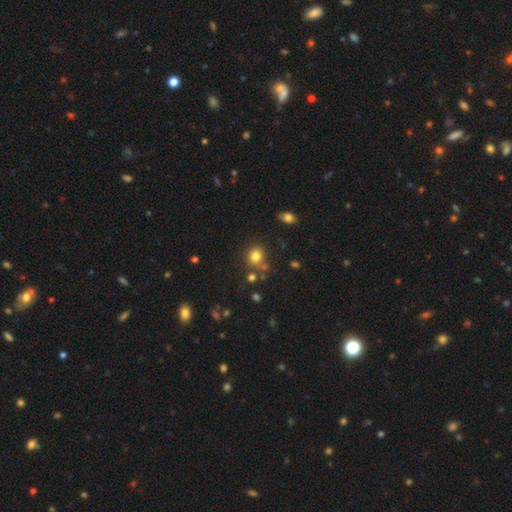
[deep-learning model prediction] Smooth or featured? smooth (80%)
How rounded? round (76%)
Merging? none (72%)